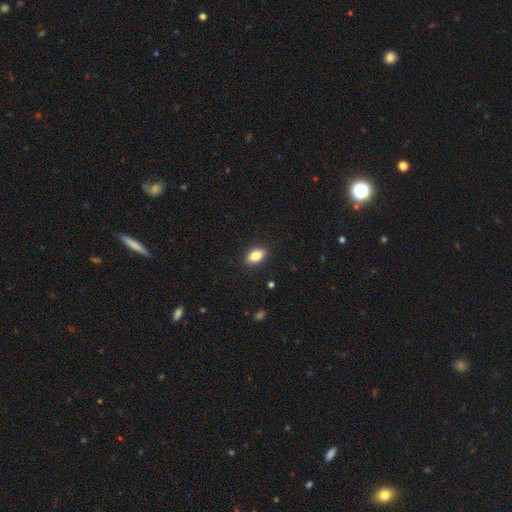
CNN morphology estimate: Smooth or featured? Predicted: smooth (p=0.81). How rounded? Predicted: in between (p=0.87). Merging? Predicted: none (p=0.89).